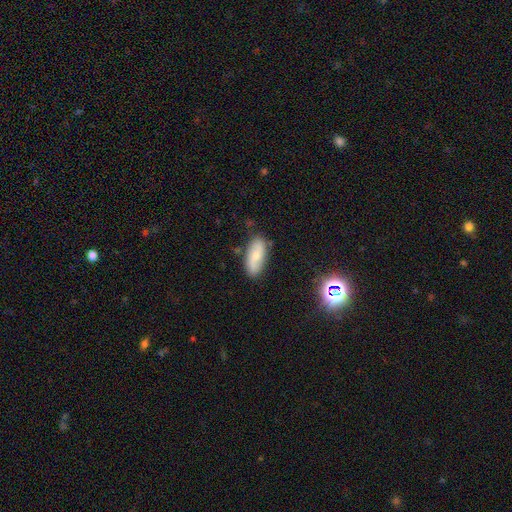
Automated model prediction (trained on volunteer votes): smooth_or_featured: smooth (p=0.60) [alt: featured or disk p=0.33]
how_rounded: in between (p=0.84) [alt: cigar-shaped p=0.13]
merging: none (p=0.80) [alt: minor disturbance p=0.15]